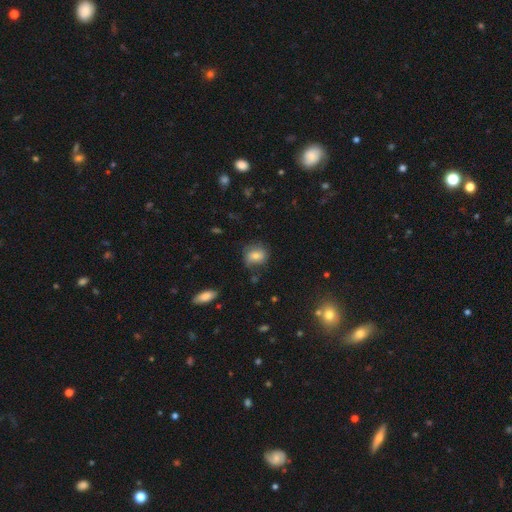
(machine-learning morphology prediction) Smooth or featured? Predicted: smooth (p=0.61). How rounded? Predicted: round (p=0.61). Merging? Predicted: none (p=0.62).